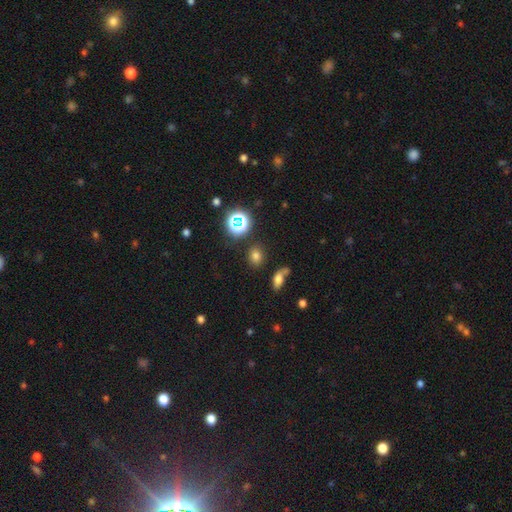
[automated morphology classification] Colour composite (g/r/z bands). It shows a smooth galaxy with no disk features (69%) that is round (50%). Merging: none (78%).